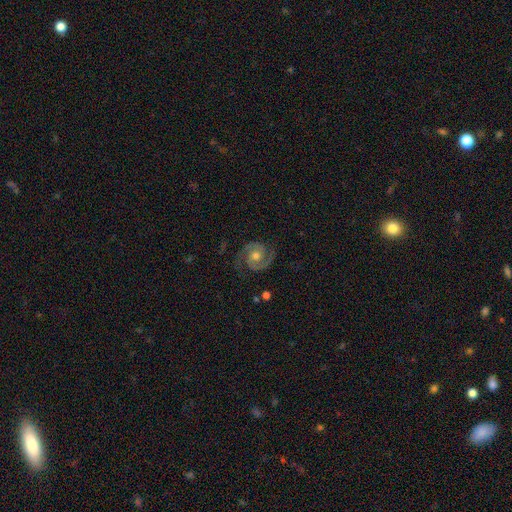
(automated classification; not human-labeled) smooth_or_featured: featured or disk (p=0.90) [alt: star or artifact p=0.05]
disk_edge_on: no (p=0.98) [alt: yes p=0.02]
bar: no (p=0.67) [alt: weak p=0.26]
has_spiral_arms: yes (p=0.98) [alt: no p=0.02]
spiral_winding: medium (p=0.48) [alt: tight p=0.44]
spiral_arm_count: 2 (p=0.94) [alt: can't tell p=0.02]
bulge_size: moderate (p=0.72) [alt: small p=0.21]
merging: none (p=0.82) [alt: minor disturbance p=0.12]